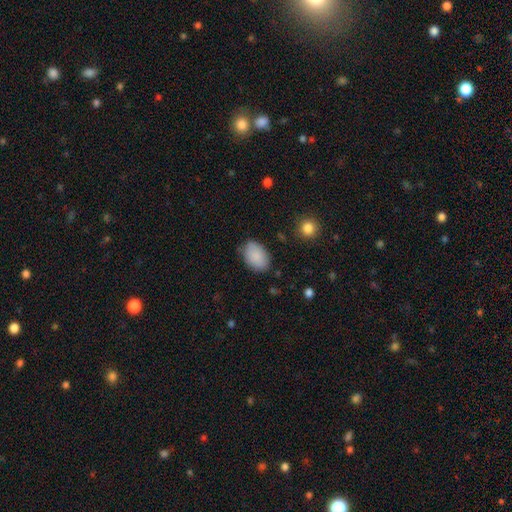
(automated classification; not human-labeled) Smooth or featured? Predicted: smooth (p=0.88). How rounded? Predicted: in between (p=0.88). Merging? Predicted: none (p=0.80).